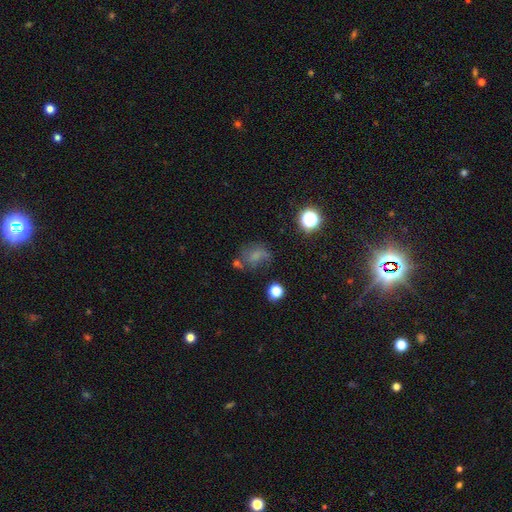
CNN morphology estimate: Smooth or featured? Predicted: smooth (p=0.49). Merging? Predicted: none (p=0.46).